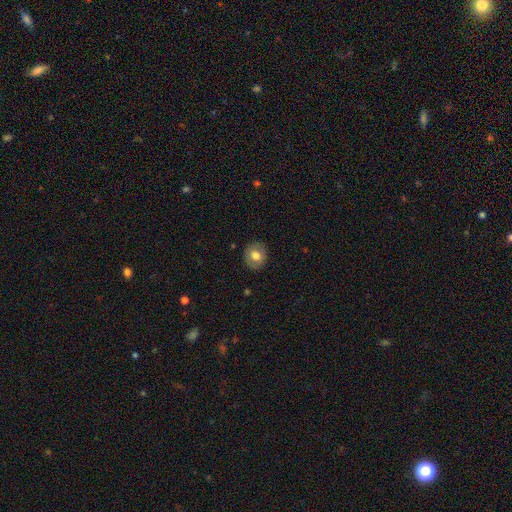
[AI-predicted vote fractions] This appears to be a smooth galaxy with no disk features (72%) that is round (78%). Merging: none (87%).